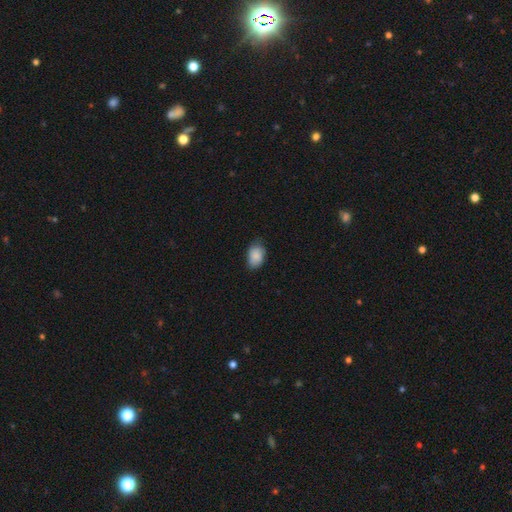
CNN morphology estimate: Smooth or featured? smooth (86%)
How rounded? in between (84%)
Merging? none (67%)